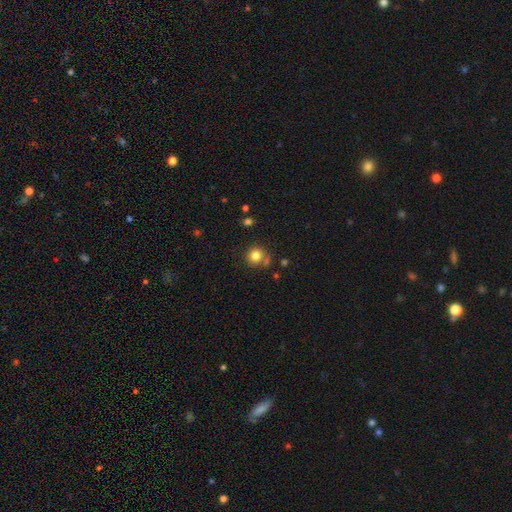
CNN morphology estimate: Q: Smooth or featured?
A: smooth (82%); runner-up: star or artifact (11%)
Q: How rounded?
A: round (89%); runner-up: in between (10%)
Q: Merging?
A: none (73%); runner-up: merger (12%)